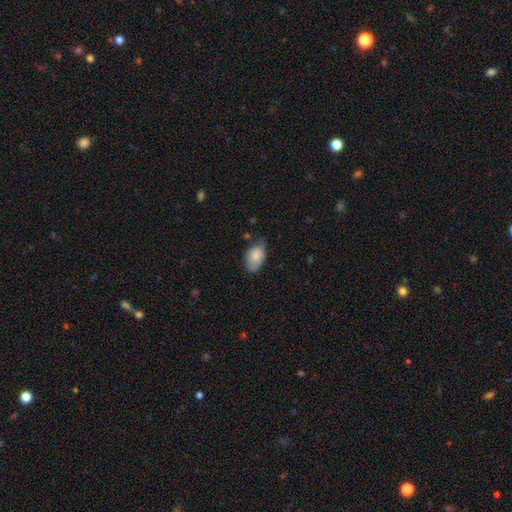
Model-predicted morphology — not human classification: Smooth or featured? smooth (79%)
How rounded? in between (90%)
Merging? none (54%)